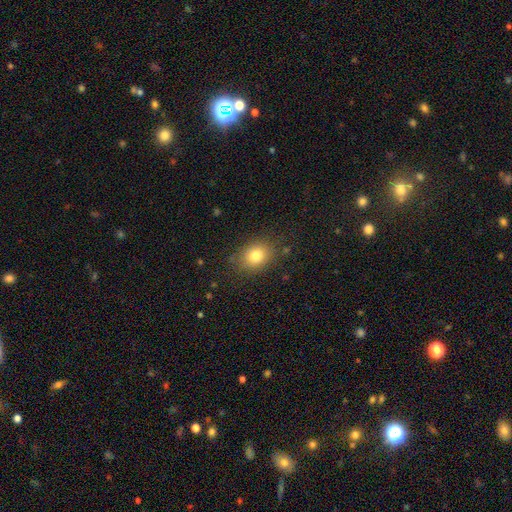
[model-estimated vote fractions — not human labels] Smooth or featured: smooth — 80% (star or artifact — 11%)
How rounded: in between — 53% (round — 46%)
Merging: none — 82% (minor disturbance — 12%)